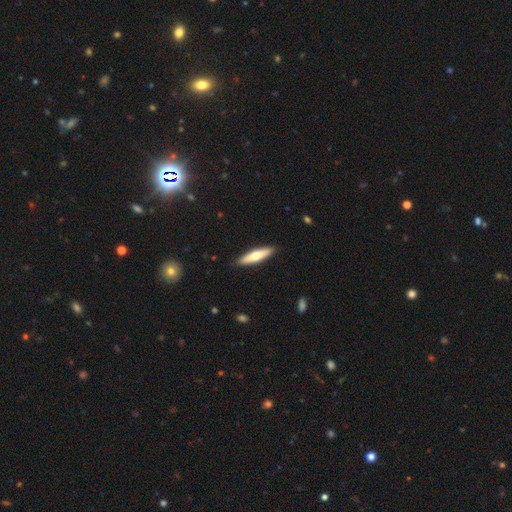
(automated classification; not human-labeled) The model was most divided on "smooth or featured": smooth: 60%, featured or disk: 35%, star or artifact: 5%. More confident: merging — none (90%); how rounded — cigar-shaped (76%).